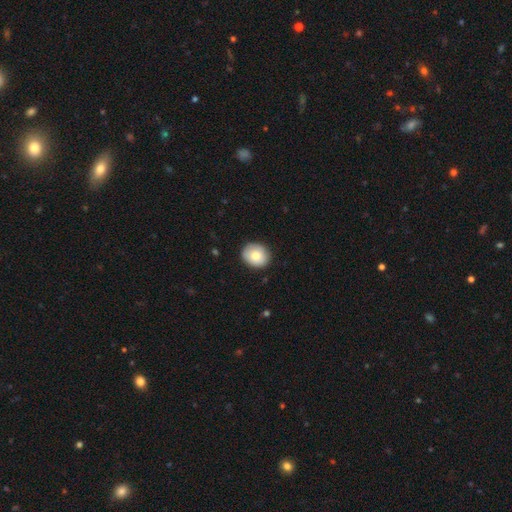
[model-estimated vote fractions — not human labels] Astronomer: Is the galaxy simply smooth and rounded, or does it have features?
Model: smooth — 78%.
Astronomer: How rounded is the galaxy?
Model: round — 74%.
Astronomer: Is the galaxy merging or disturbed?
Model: none — 88%.